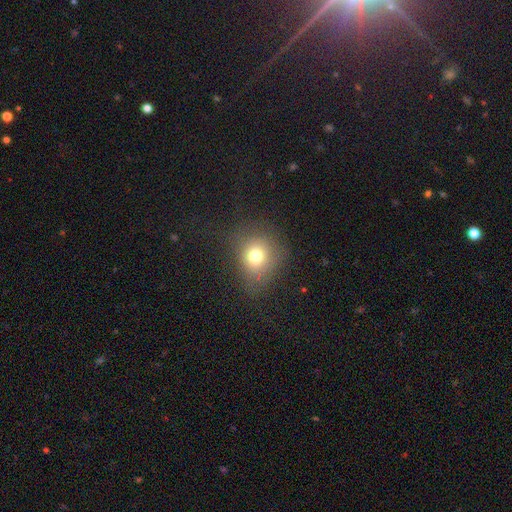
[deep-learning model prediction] Smooth or featured? smooth (73%)
How rounded? round (77%)
Merging? none (73%)